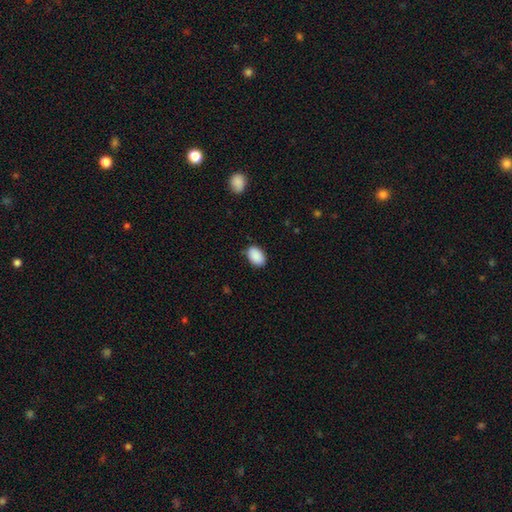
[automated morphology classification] smooth_or_featured: smooth (p=0.90) [alt: star or artifact p=0.07]
how_rounded: in between (p=0.90) [alt: round p=0.09]
merging: none (p=0.84) [alt: minor disturbance p=0.13]